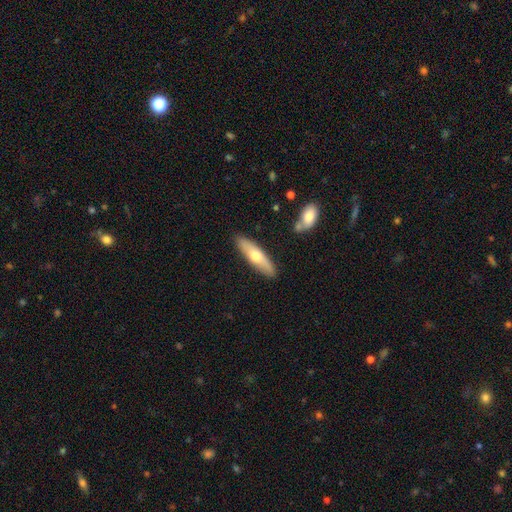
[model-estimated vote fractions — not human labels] Overall: smooth (57%; featured or disk 38%). How rounded: cigar-shaped (69%; in between 30%). Merging: none (87%).